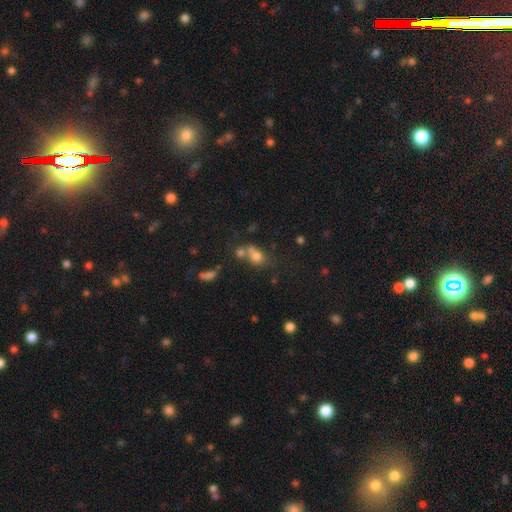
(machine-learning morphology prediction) Smooth or featured? Predicted: smooth (p=0.70). How rounded? Predicted: round (p=0.61). Merging? Predicted: merger (p=0.46).